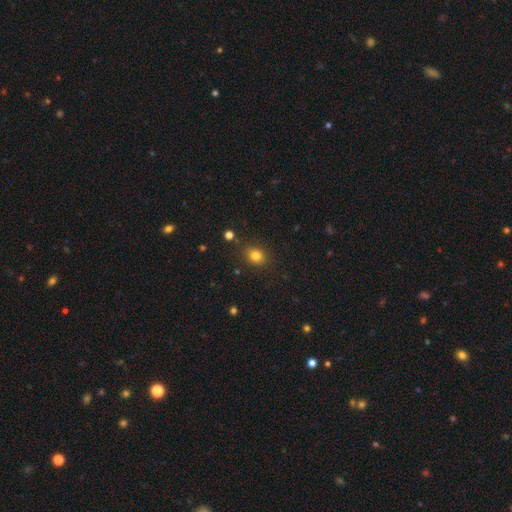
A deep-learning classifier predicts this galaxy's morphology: Smooth or featured? smooth (80%)
How rounded? round (52%)
Merging? none (85%)